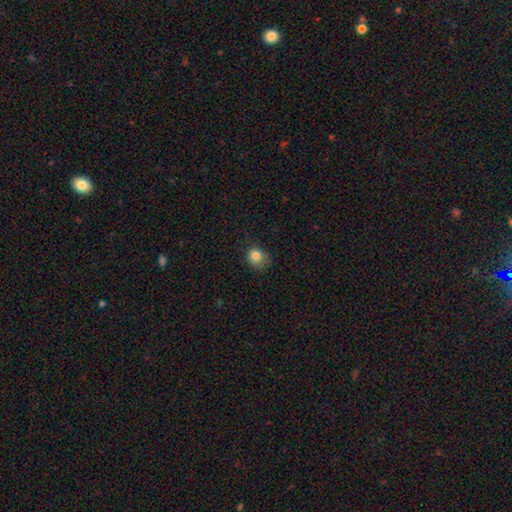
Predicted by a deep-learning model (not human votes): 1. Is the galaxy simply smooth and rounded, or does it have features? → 82% smooth, 12% star or artifact, 7% featured or disk.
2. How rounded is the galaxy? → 72% round, 27% in between, 1% cigar-shaped.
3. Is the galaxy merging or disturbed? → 61% none, 28% minor disturbance, 9% major disturbance, 1% merger.